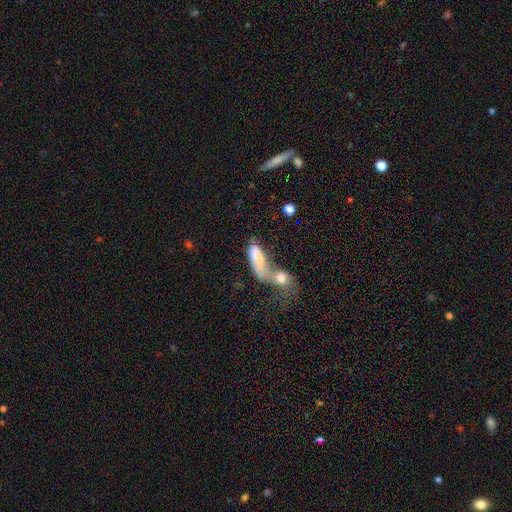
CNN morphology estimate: Smooth or featured: smooth — 68% (featured or disk — 23%)
How rounded: in between — 71% (cigar-shaped — 22%)
Merging: merger — 69% (major disturbance — 14%)